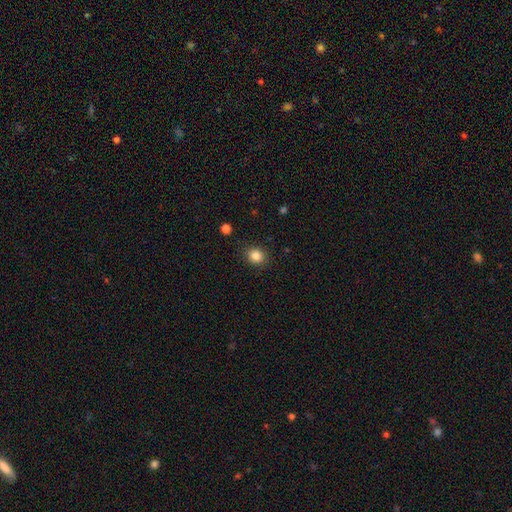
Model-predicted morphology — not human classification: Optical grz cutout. It shows a smooth galaxy with no disk features (85%) that is round (71%). Merging: none (87%).